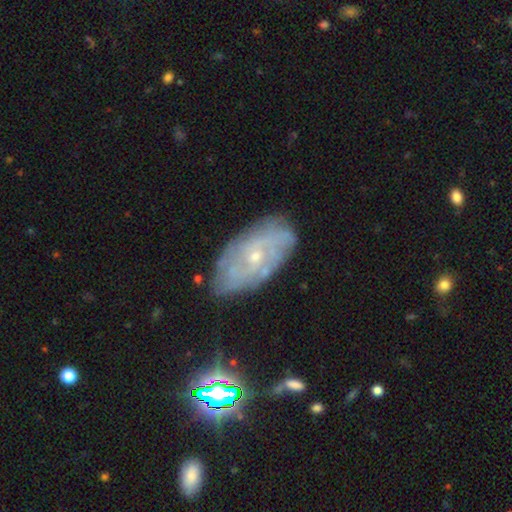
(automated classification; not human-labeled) A featured or disk galaxy (69%) with no bar (70%), spiral arms (77%) and a small central bulge (73%). Merging: none (76%).